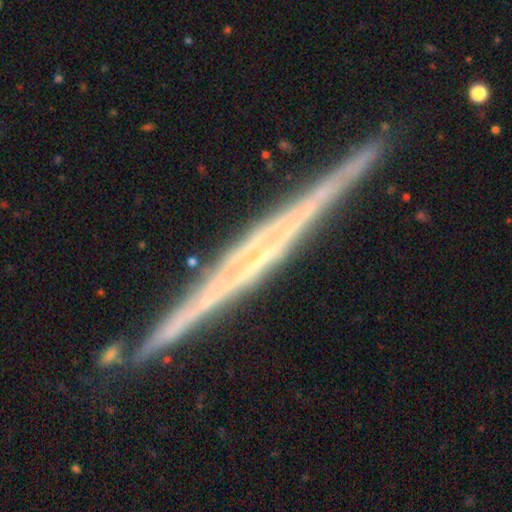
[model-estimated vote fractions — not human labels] Smooth or featured? featured or disk (84%)
Edge-on disk? yes (98%)
Edge-on bulge? none (45%)
Merging? none (90%)